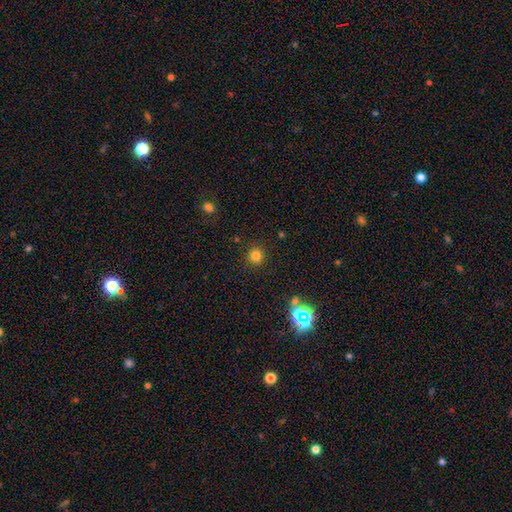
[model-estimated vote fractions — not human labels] smooth-or-featured: smooth: 79% | star or artifact: 16% | featured or disk: 5%
  how-rounded: round: 94% | in between: 6% | cigar-shaped: 1%
  merging: none: 90% | minor disturbance: 6% | major disturbance: 2% | merger: 2%